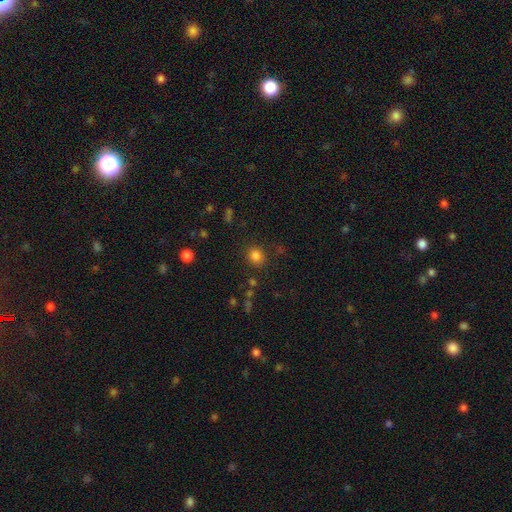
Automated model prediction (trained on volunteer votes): This is clearly a smooth galaxy (81%). How rounded: clearly round (80%). Merging: clearly none (84%).